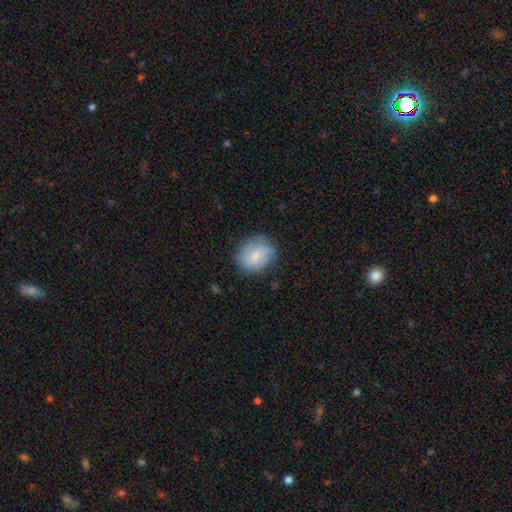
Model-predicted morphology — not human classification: type=smooth (62%); roundness=round (60%); merging=none (66%).